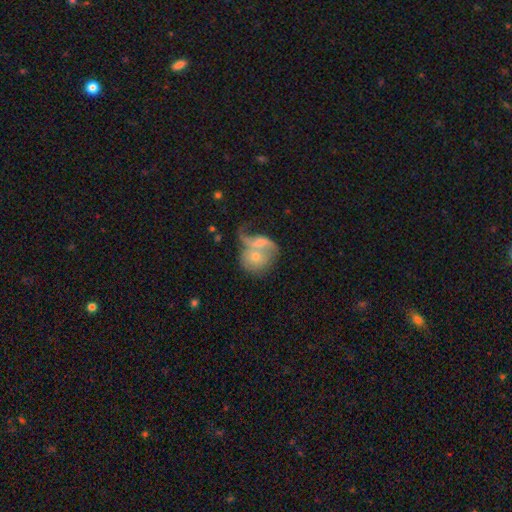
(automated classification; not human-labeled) Morphology: type=featured or disk (46%); merging=merger (60%).